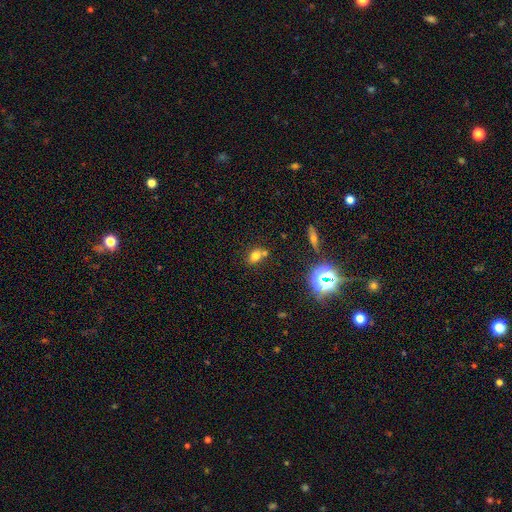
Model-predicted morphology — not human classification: smooth_or_featured: smooth (p=0.72) [alt: star or artifact p=0.16]
how_rounded: in between (p=0.57) [alt: round p=0.41]
merging: none (p=0.53) [alt: merger p=0.30]